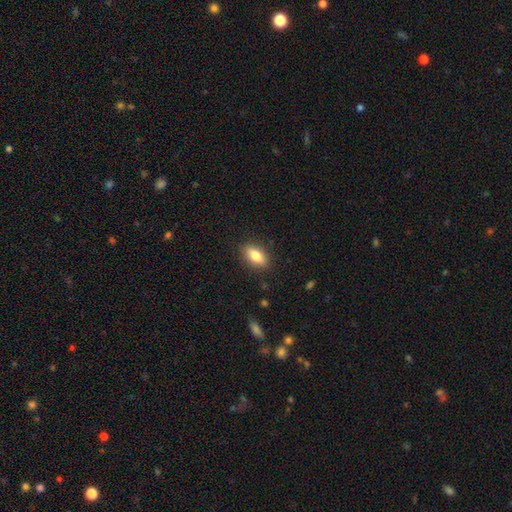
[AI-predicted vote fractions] Morphology: type=smooth (79%); roundness=in between (84%); merging=none (87%).